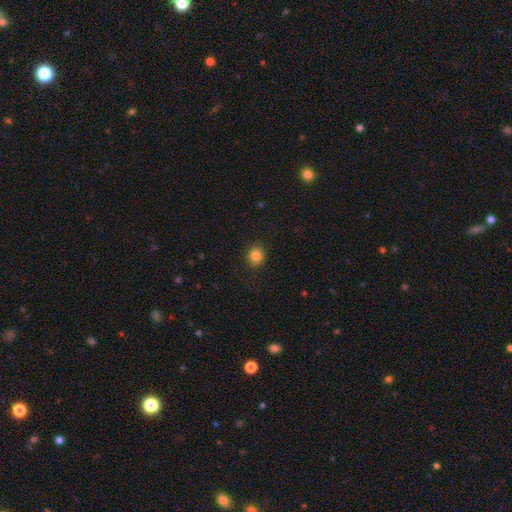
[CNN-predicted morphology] Smooth or featured? Predicted: smooth (p=0.84). How rounded? Predicted: round (p=0.74). Merging? Predicted: none (p=0.87).